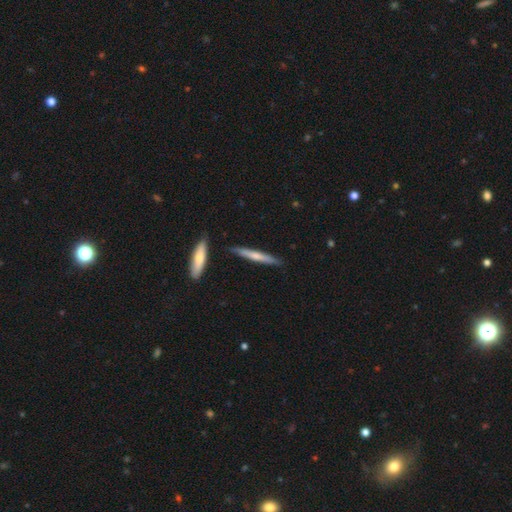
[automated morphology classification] Smooth or featured: smooth — 53% (featured or disk — 42%)
How rounded: cigar-shaped — 94% (in between — 4%)
Merging: none — 85% (minor disturbance — 10%)